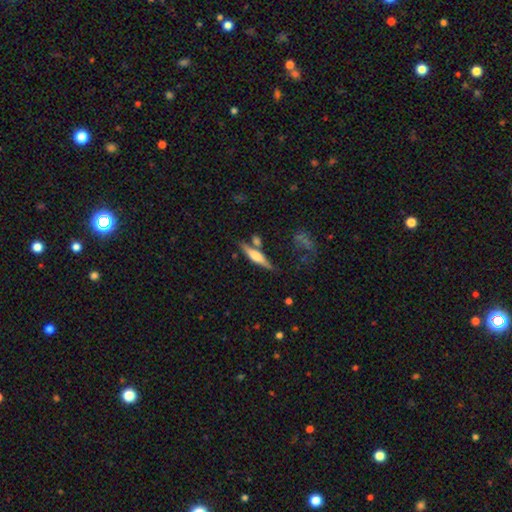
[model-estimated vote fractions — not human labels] Morphology: type=featured or disk (52%); edge-on=yes (95%); merging=none (72%).